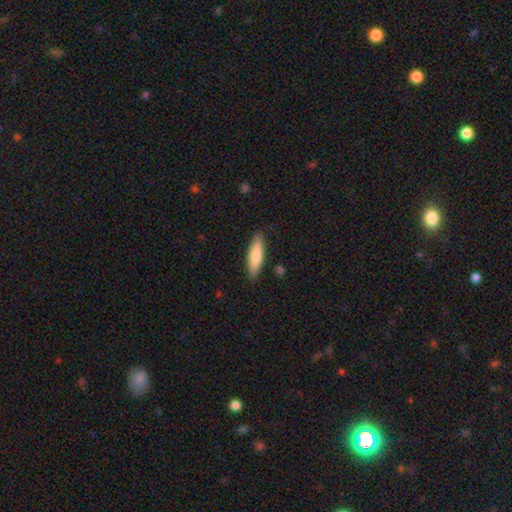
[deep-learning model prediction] Smooth or featured? Predicted: smooth (p=0.77). How rounded? Predicted: cigar-shaped (p=0.62). Merging? Predicted: none (p=0.86).